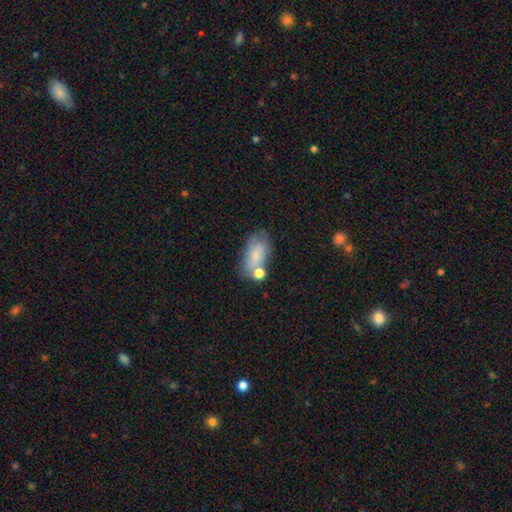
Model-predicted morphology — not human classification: smooth-or-featured: smooth: 66% | featured or disk: 25% | star or artifact: 9%
  how-rounded: in between: 88% | round: 7% | cigar-shaped: 5%
  merging: none: 48% | minor disturbance: 22% | merger: 21% | major disturbance: 9%